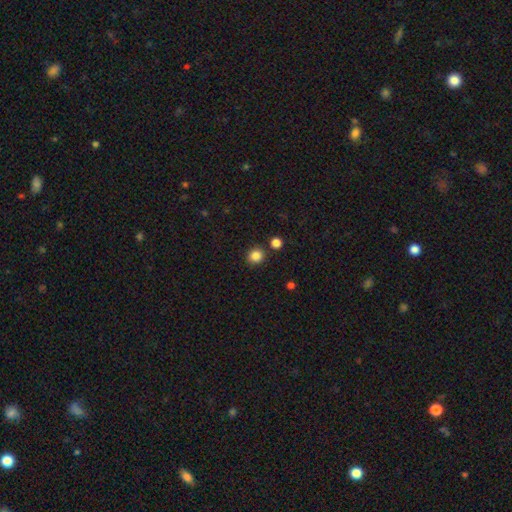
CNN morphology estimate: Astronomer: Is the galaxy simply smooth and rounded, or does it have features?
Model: smooth — 85%.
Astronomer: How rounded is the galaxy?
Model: round — 86%.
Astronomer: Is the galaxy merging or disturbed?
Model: none — 85%.